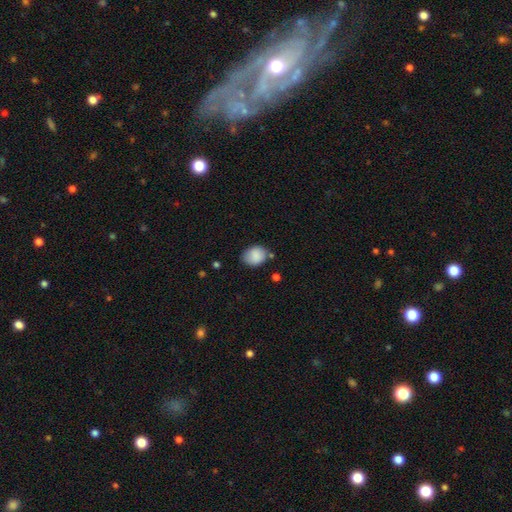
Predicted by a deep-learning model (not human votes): Smooth or featured? Predicted: smooth (p=0.87). How rounded? Predicted: in between (p=0.51). Merging? Predicted: none (p=0.69).